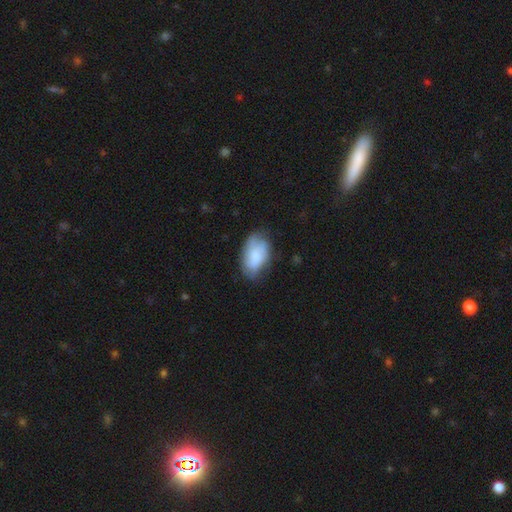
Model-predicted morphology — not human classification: A smooth galaxy with no disk features (63%) that is in between round and cigar-shaped (91%).

Vote fractions:
- Smooth or featured? smooth: 63% / featured or disk: 30% / star or artifact: 7%
- How rounded? in between: 91% / round: 7% / cigar-shaped: 2%
- Merging? none: 56% / minor disturbance: 30% / major disturbance: 11% / merger: 2%